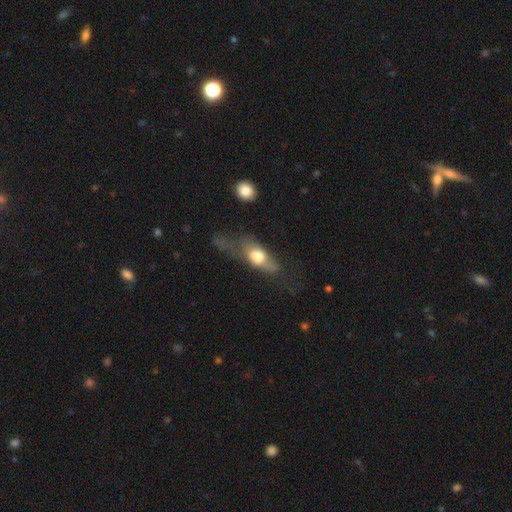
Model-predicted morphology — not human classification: Q: Smooth or featured?
A: smooth (62%); runner-up: featured or disk (30%)
Q: How rounded?
A: in between (68%); runner-up: cigar-shaped (21%)
Q: Merging?
A: major disturbance (41%); runner-up: none (28%)